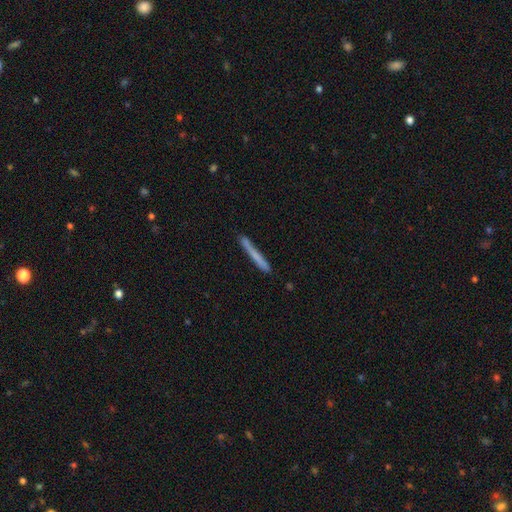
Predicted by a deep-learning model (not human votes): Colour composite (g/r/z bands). It shows a smooth galaxy with no disk features (65%) that is cigar-shaped (97%). Merging: none (86%).